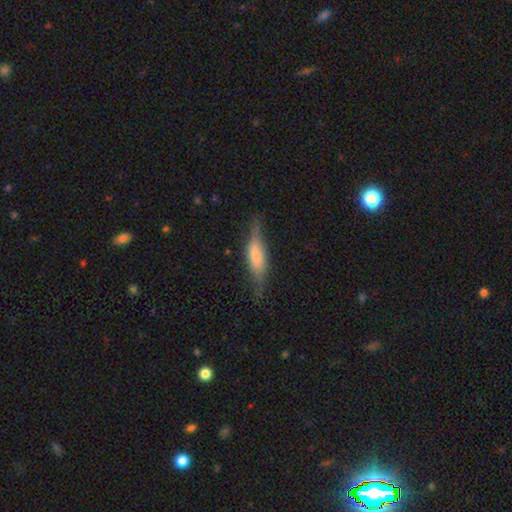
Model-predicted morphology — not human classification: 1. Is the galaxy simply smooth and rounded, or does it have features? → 49% smooth, 43% featured or disk, 7% star or artifact.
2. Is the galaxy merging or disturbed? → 68% none, 23% minor disturbance, 8% major disturbance, 2% merger.